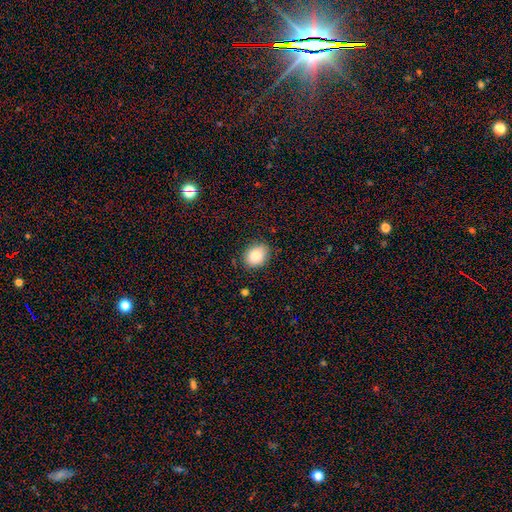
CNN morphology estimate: Q: Smooth or featured?
A: smooth (85%); runner-up: star or artifact (8%)
Q: How rounded?
A: in between (64%); runner-up: round (35%)
Q: Merging?
A: none (82%); runner-up: minor disturbance (14%)